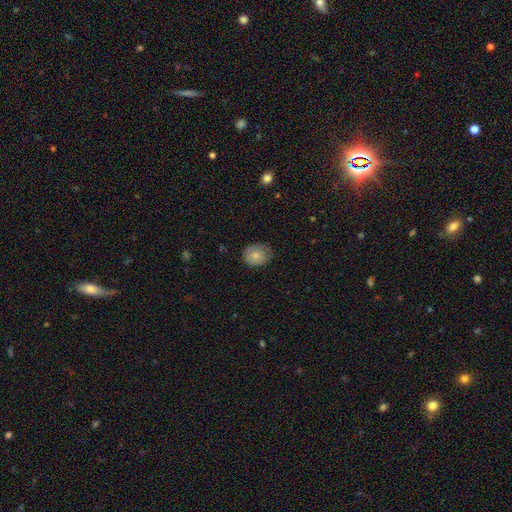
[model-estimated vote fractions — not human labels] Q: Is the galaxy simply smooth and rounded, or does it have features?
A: smooth — 78%.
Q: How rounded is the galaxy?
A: round — 59%.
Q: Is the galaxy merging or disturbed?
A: none — 69%.